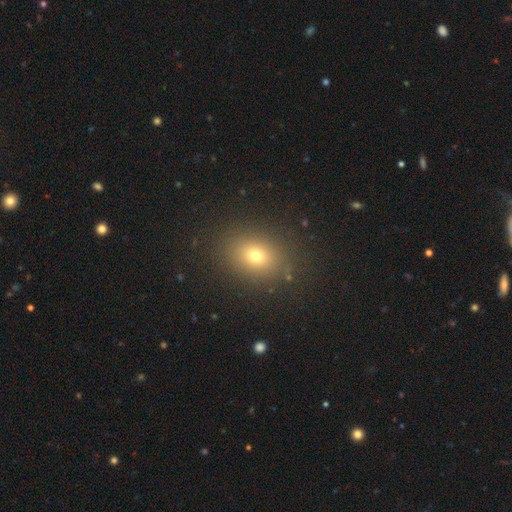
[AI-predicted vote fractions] smooth_or_featured: smooth (p=0.70) [alt: star or artifact p=0.21]
how_rounded: in between (p=0.55) [alt: round p=0.44]
merging: none (p=0.88) [alt: minor disturbance p=0.07]